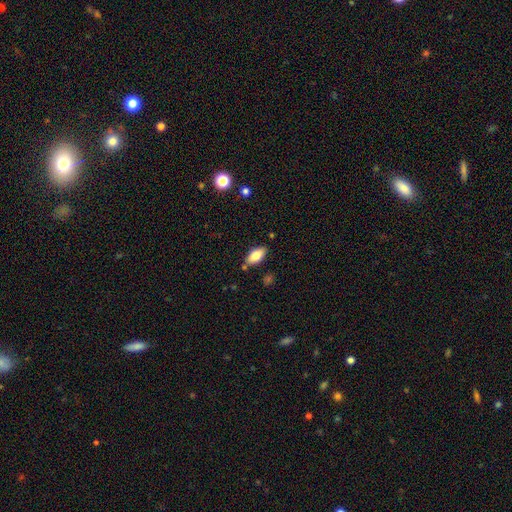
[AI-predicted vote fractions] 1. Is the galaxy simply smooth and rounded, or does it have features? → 78% smooth, 14% featured or disk, 7% star or artifact.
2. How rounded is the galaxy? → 90% in between, 7% cigar-shaped, 3% round.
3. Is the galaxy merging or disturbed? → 82% none, 12% minor disturbance, 4% merger, 2% major disturbance.